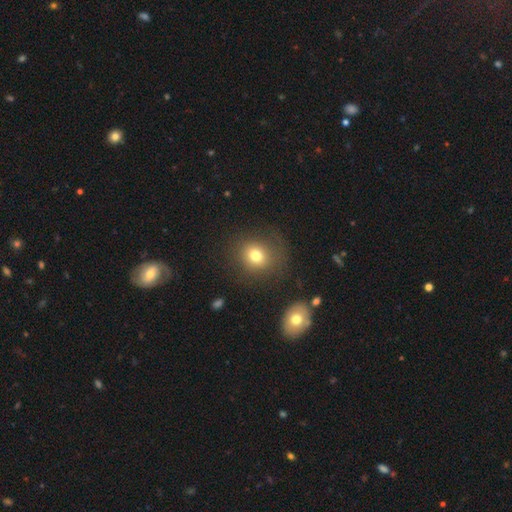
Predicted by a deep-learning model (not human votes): Smooth or featured?
  - smooth: 76% *
  - star or artifact: 13%
  - featured or disk: 11%
How rounded?
  - round: 74% *
  - in between: 25%
  - cigar-shaped: 1%
Merging?
  - none: 74% *
  - minor disturbance: 14%
  - major disturbance: 8%
  - merger: 3%